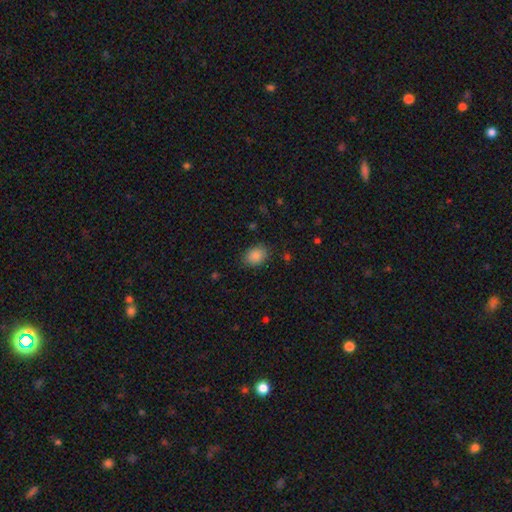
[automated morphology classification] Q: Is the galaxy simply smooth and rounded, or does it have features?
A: smooth — 87%.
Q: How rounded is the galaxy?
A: in between — 72%.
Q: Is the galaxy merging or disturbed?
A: none — 84%.